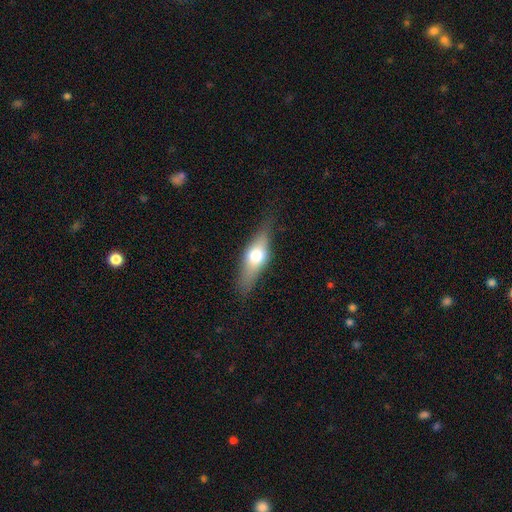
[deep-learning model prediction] Smooth or featured?
  - smooth: 53% *
  - featured or disk: 41%
  - star or artifact: 7%
How rounded?
  - in between: 60% *
  - cigar-shaped: 34%
  - round: 6%
Merging?
  - none: 78% *
  - minor disturbance: 16%
  - major disturbance: 5%
  - merger: 1%